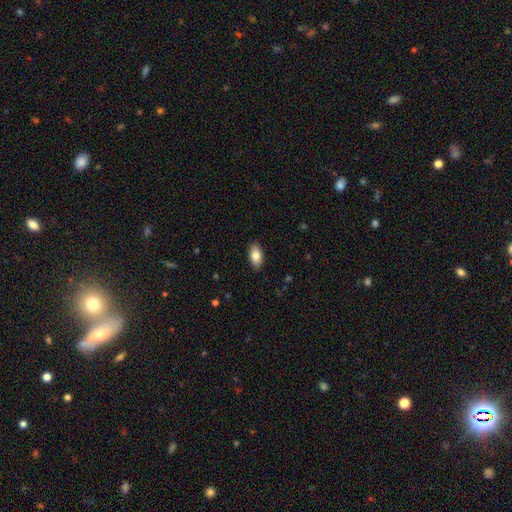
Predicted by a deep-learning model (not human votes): Smooth or featured? smooth (84%)
How rounded? in between (93%)
Merging? none (88%)